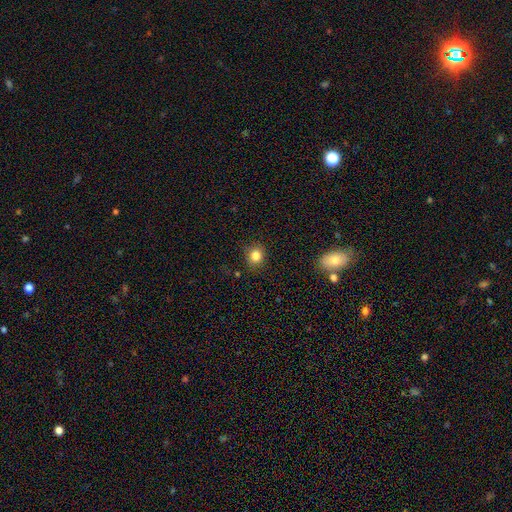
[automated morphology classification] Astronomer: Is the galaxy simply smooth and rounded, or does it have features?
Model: smooth — 82%.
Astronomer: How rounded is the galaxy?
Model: round — 79%.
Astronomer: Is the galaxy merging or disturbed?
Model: none — 87%.